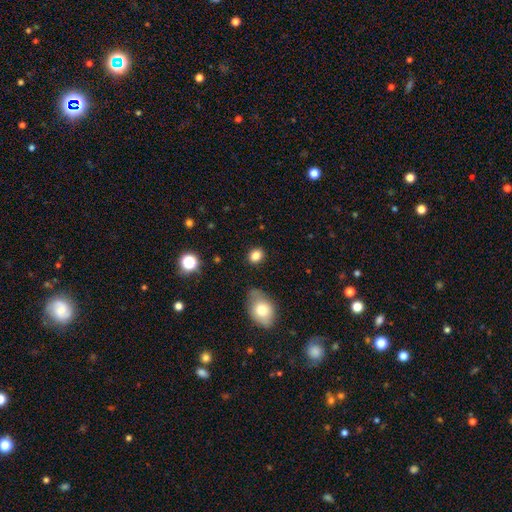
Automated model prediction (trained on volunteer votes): Smooth or featured: smooth — 83% (star or artifact — 11%)
How rounded: round — 53% (in between — 46%)
Merging: none — 85% (minor disturbance — 10%)